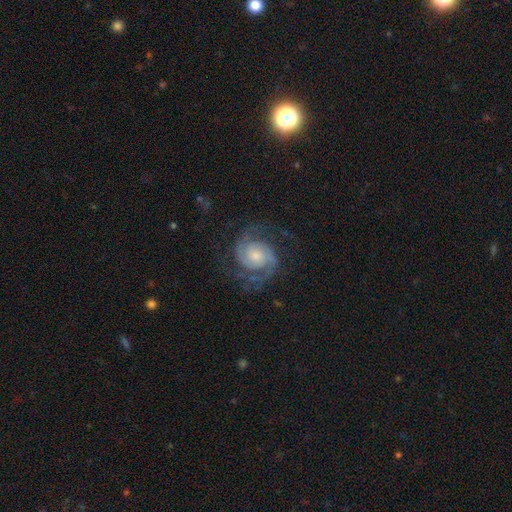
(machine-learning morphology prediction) Smooth or featured? Predicted: featured or disk (p=0.89). Edge-on disk? Predicted: no (p=0.98). Bar? Predicted: no (p=0.68). Spiral arms? Predicted: yes (p=0.98). Spiral winding? Predicted: medium (p=0.47). Spiral arm count? Predicted: 2 (p=0.85). Bulge size? Predicted: moderate (p=0.45). Merging? Predicted: none (p=0.74).